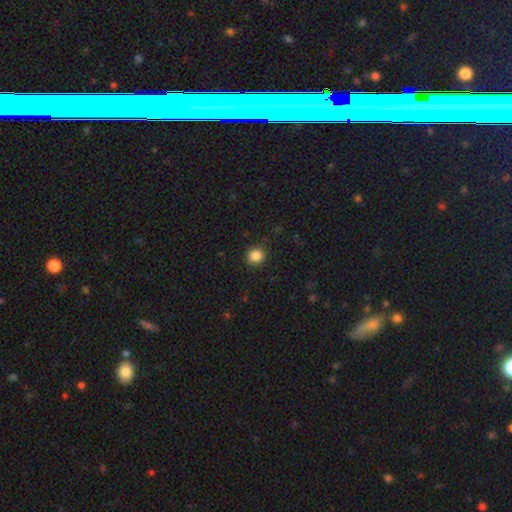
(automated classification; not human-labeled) The model was most divided on "smooth or featured": smooth: 85%, star or artifact: 11%, featured or disk: 4%. More confident: merging — none (90%); how rounded — round (89%).